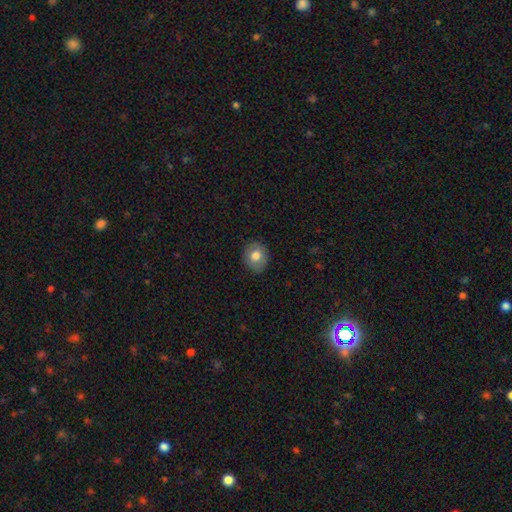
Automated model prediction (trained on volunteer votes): Smooth or featured? Predicted: smooth (p=0.76). How rounded? Predicted: round (p=0.64). Merging? Predicted: none (p=0.85).